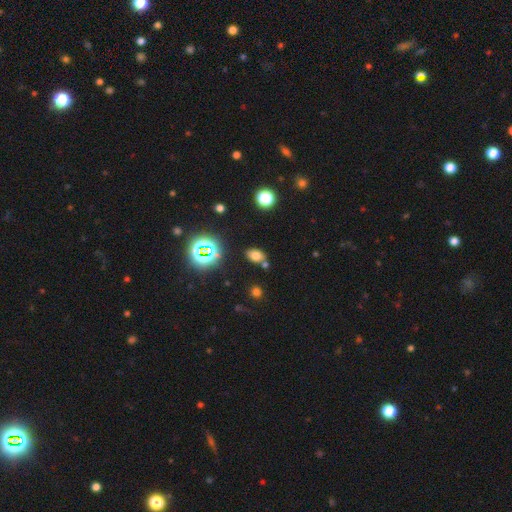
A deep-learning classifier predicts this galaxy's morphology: Q: Smooth or featured?
A: smooth (67%); runner-up: star or artifact (23%)
Q: How rounded?
A: in between (75%); runner-up: round (23%)
Q: Merging?
A: none (70%); runner-up: merger (13%)